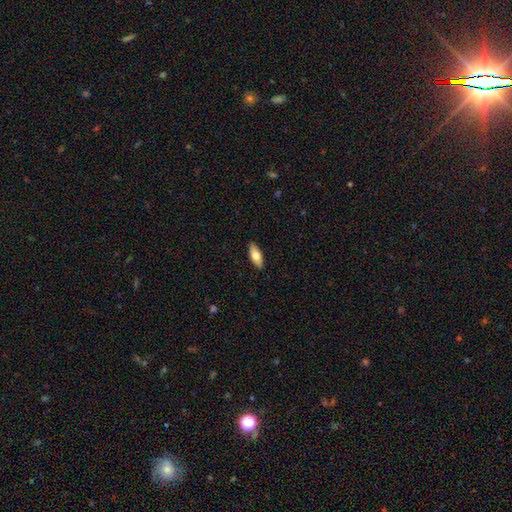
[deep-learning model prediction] This appears to be a smooth galaxy with no disk features (70%) that is in between round and cigar-shaped (76%). Merging: none (90%).